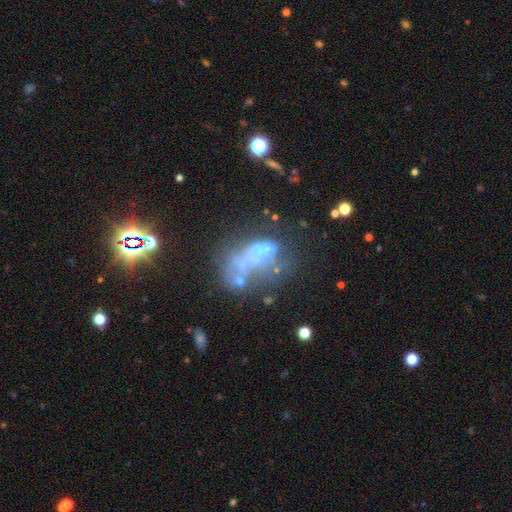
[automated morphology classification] Smooth or featured? Predicted: featured or disk (p=0.53). Edge-on disk? Predicted: no (p=0.97). Bar? Predicted: no (p=0.94). Spiral arms? Predicted: no (p=0.96). Bulge size? Predicted: none (p=0.75). Merging? Predicted: none (p=0.29, tied with major disturbance).